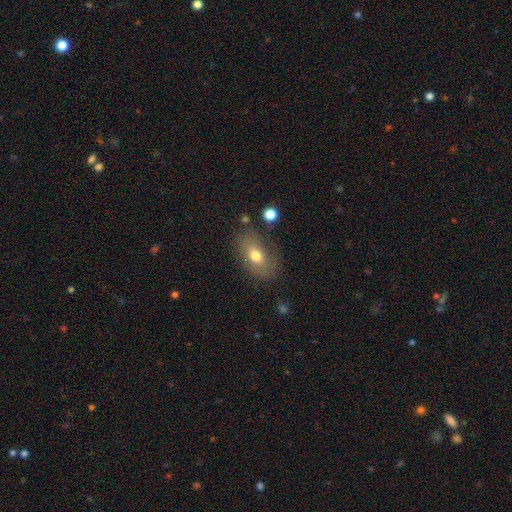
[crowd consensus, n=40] Q: Smooth or featured?
A: smooth (80%); runner-up: featured or disk (12%)
Q: How rounded?
A: in between (84%); runner-up: round (16%)
Q: Merging?
A: none (59%); runner-up: minor disturbance (27%)